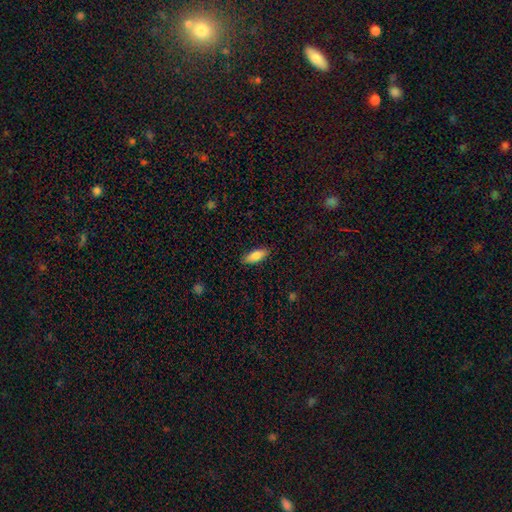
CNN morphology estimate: A smooth galaxy with no disk features (84%) that is in between round and cigar-shaped (73%).

Vote fractions:
- Smooth or featured? smooth: 84% / featured or disk: 9% / star or artifact: 6%
- How rounded? in between: 73% / cigar-shaped: 25% / round: 2%
- Merging? none: 88% / minor disturbance: 9% / major disturbance: 2% / merger: 1%